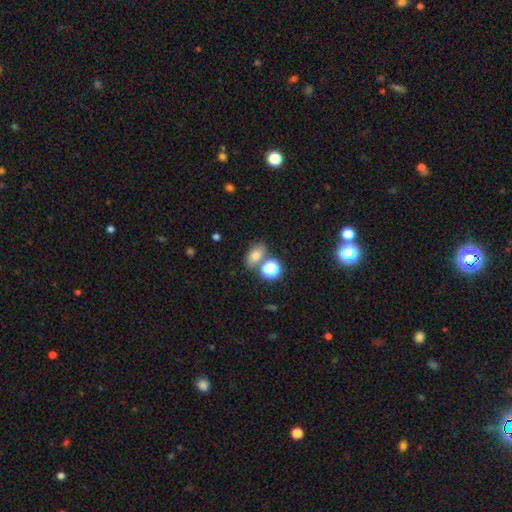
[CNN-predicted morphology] Overall: smooth (71%). How rounded: in between (75%). Merging: none (66%).